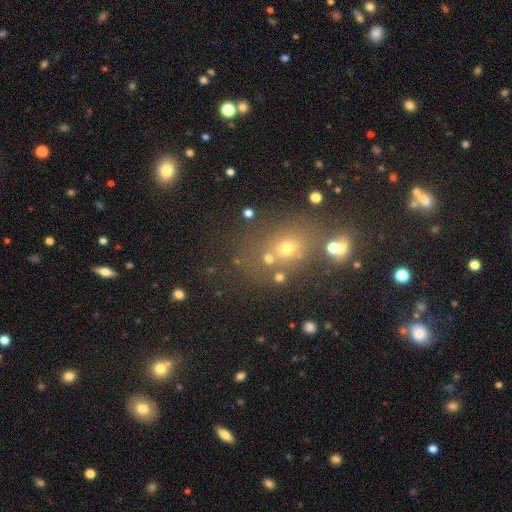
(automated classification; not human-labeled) Morphology: type=smooth (47%); merging=none (65%).